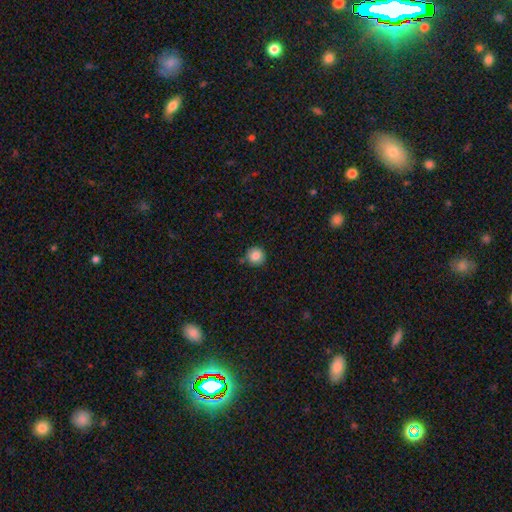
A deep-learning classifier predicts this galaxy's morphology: type=smooth (85%); roundness=round (92%); merging=none (82%).